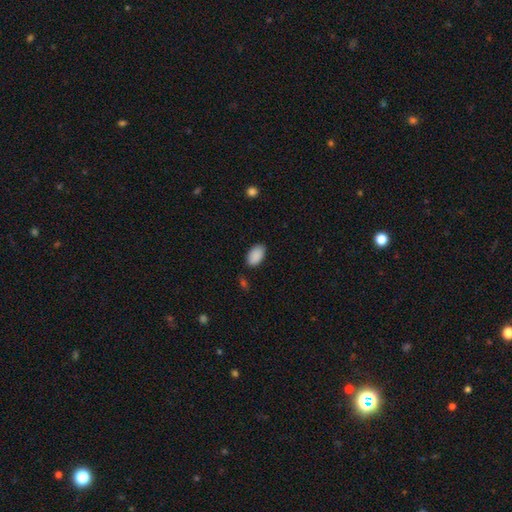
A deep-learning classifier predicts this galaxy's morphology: smooth_or_featured: smooth (p=0.90) [alt: star or artifact p=0.07]
how_rounded: in between (p=0.93) [alt: round p=0.05]
merging: none (p=0.84) [alt: minor disturbance p=0.12]